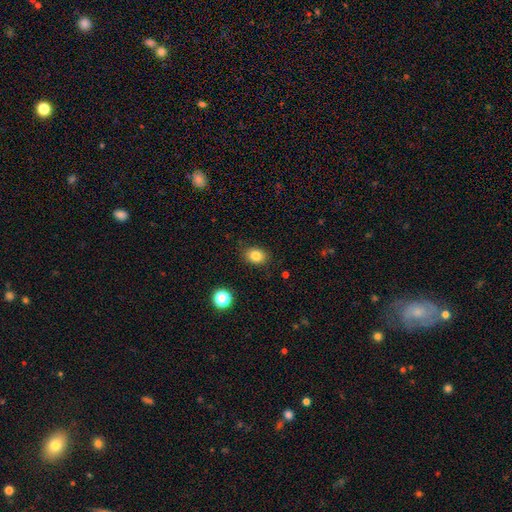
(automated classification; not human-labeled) smooth_or_featured: smooth (p=0.83) [alt: star or artifact p=0.11]
how_rounded: in between (p=0.61) [alt: round p=0.38]
merging: none (p=0.84) [alt: minor disturbance p=0.12]